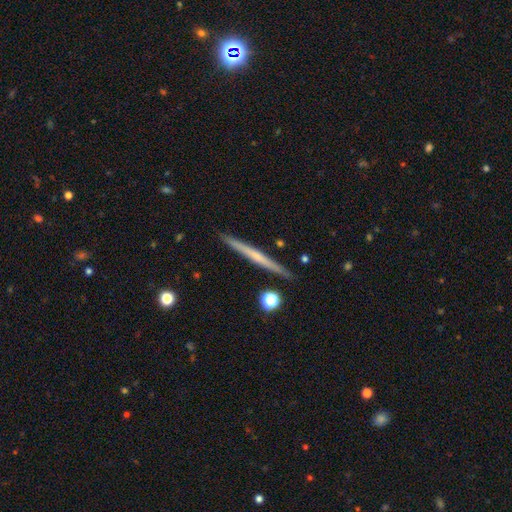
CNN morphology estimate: The model was most divided on "smooth or featured": featured or disk: 56%, smooth: 38%, star or artifact: 6%. More confident: edge-on disk — yes (98%); merging — none (90%); edge-on bulge — none (73%).